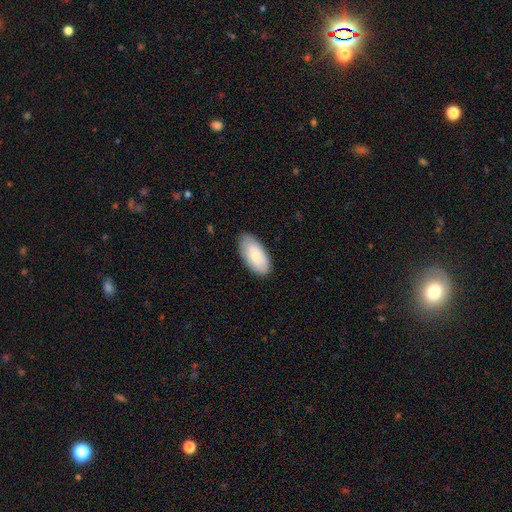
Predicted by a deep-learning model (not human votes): The model was most divided on "smooth or featured": smooth: 79%, featured or disk: 16%, star or artifact: 6%. More confident: how rounded — in between (94%); merging — none (83%).